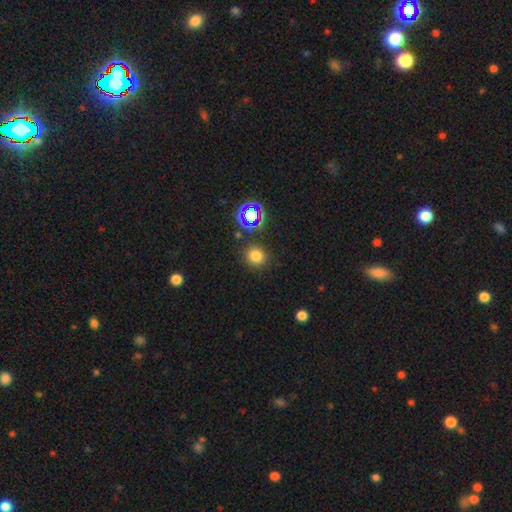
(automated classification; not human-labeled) Smooth or featured? smooth (75%)
How rounded? round (89%)
Merging? none (86%)